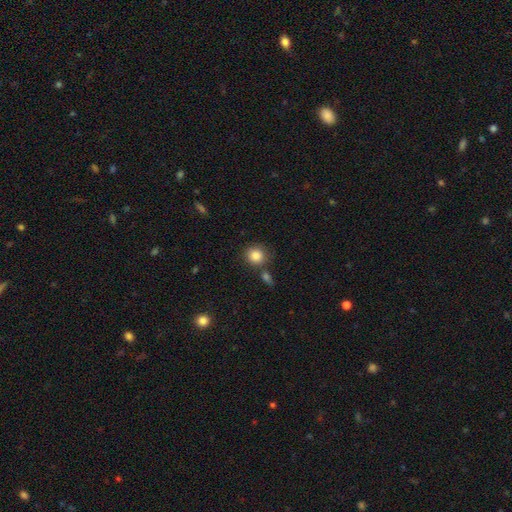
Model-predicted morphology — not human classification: smooth-or-featured: smooth: 85% | star or artifact: 9% | featured or disk: 6%
  how-rounded: round: 85% | in between: 14% | cigar-shaped: 1%
  merging: none: 73% | merger: 12% | minor disturbance: 11% | major disturbance: 3%